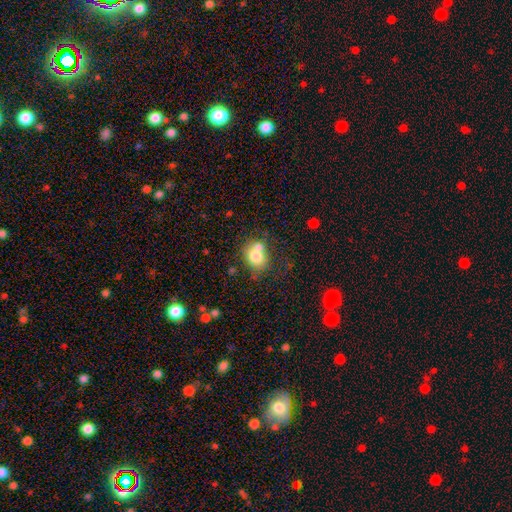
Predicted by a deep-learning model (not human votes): Smooth or featured: smooth — 75% (featured or disk — 15%)
How rounded: round — 58% (in between — 41%)
Merging: none — 45% (merger — 35%)